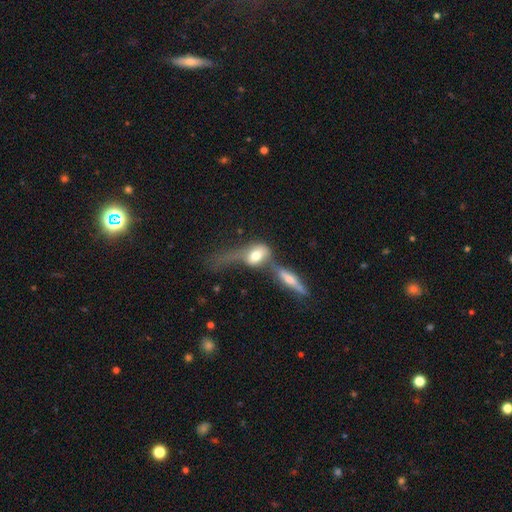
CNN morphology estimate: This is possibly a smooth galaxy (53%). How rounded: likely in between (66%). Merging: possibly merger (52%).